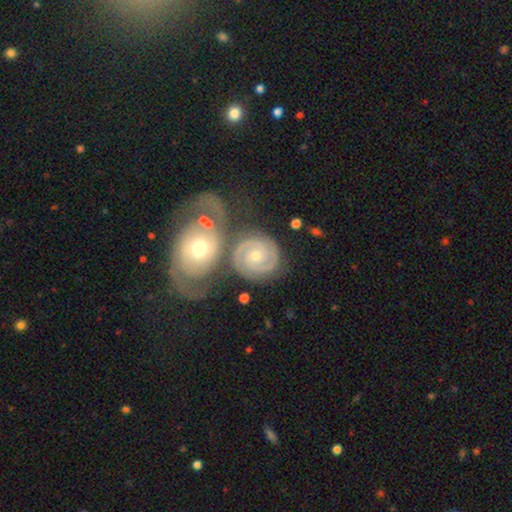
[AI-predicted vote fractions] Smooth or featured? featured or disk (88%)
Edge-on disk? no (98%)
Bar? no (71%)
Spiral arms? yes (98%)
Spiral winding? tight (77%)
Spiral arm count? 2 (87%)
Bulge size? small (55%)
Merging? none (68%)